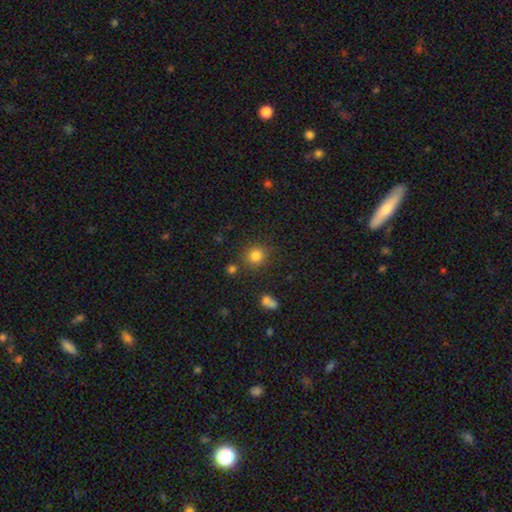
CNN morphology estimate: Overall: smooth (82%). How rounded: round (89%). Merging: none (82%).